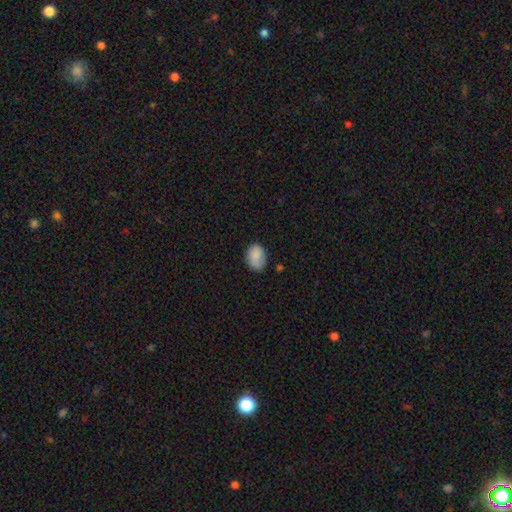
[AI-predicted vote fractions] Smooth or featured: smooth — 86% (star or artifact — 8%)
How rounded: in between — 77% (round — 22%)
Merging: none — 73% (minor disturbance — 21%)